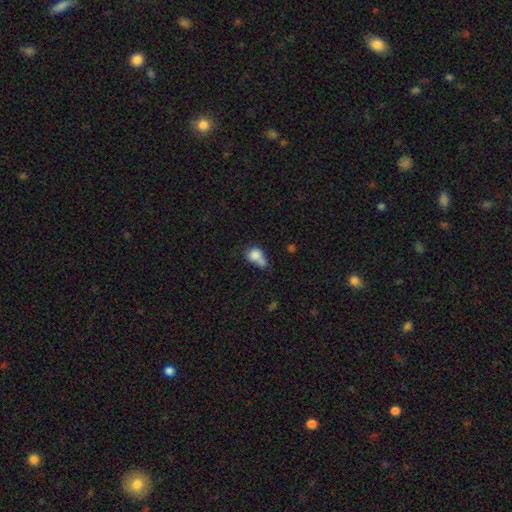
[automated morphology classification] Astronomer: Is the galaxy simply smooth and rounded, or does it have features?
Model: smooth — 78%.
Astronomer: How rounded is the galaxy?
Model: in between — 53% (runner-up: round, 45%).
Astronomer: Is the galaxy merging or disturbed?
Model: merger — 45% (runner-up: none, 25%).